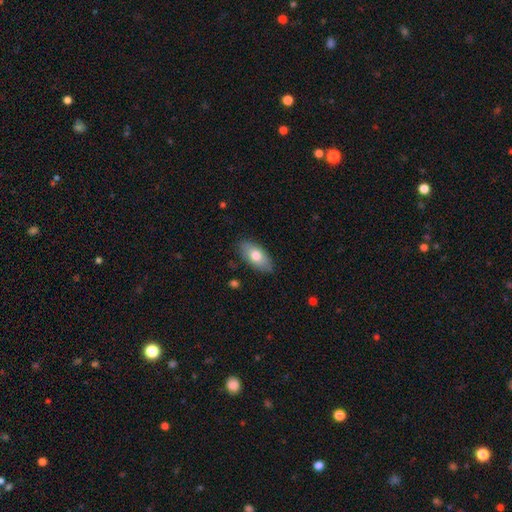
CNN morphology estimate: Smooth or featured? Predicted: smooth (p=0.73). How rounded? Predicted: in between (p=0.91). Merging? Predicted: none (p=0.83).